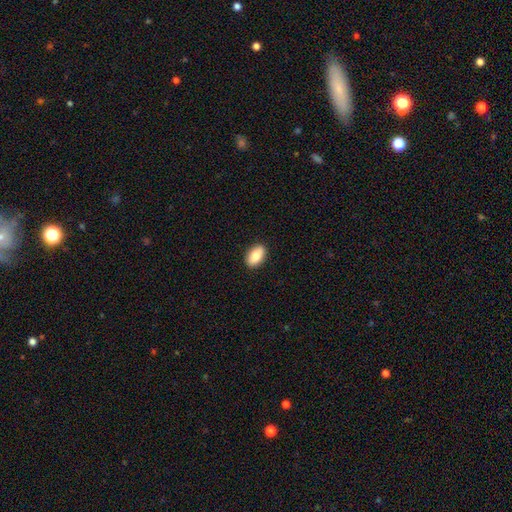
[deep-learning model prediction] This is clearly a smooth galaxy (83%). How rounded: clearly in between (92%). Merging: clearly none (90%).